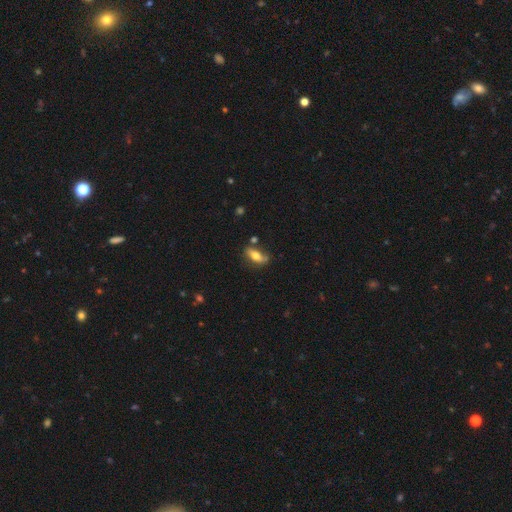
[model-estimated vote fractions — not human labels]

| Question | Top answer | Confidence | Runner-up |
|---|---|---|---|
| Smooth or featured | smooth | 63% | featured or disk (30%) |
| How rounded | in between | 71% | cigar-shaped (25%) |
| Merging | none | 66% | minor disturbance (21%) |